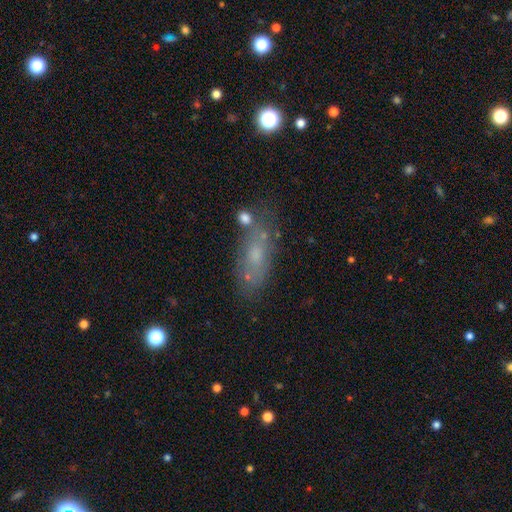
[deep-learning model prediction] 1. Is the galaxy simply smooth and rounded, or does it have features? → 58% smooth, 30% featured or disk, 12% star or artifact.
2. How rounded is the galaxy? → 73% in between, 22% cigar-shaped, 5% round.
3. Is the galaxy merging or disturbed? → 58% none, 21% minor disturbance, 11% merger, 10% major disturbance.